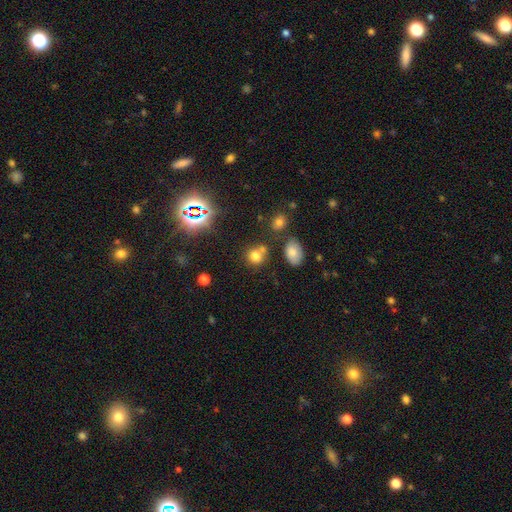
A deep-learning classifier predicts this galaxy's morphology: smooth_or_featured: smooth (p=0.71) [alt: star or artifact p=0.21]
how_rounded: round (p=0.77) [alt: in between p=0.22]
merging: none (p=0.60) [alt: merger p=0.22]